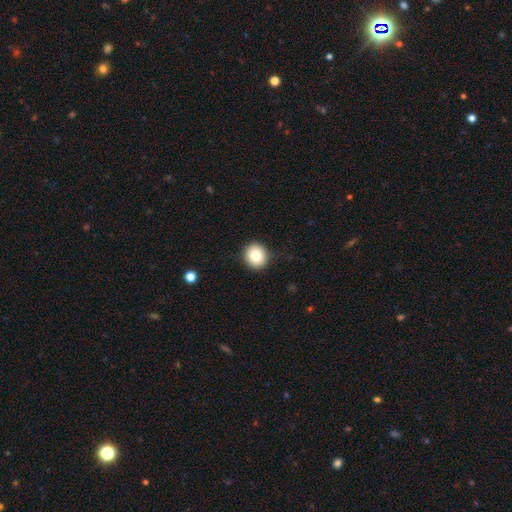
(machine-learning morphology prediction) A smooth galaxy with no disk features (79%) that is round (91%).

Vote fractions:
- Smooth or featured? smooth: 79% / featured or disk: 11% / star or artifact: 10%
- How rounded? round: 91% / in between: 8% / cigar-shaped: 1%
- Merging? none: 91% / minor disturbance: 6% / major disturbance: 2% / merger: 1%